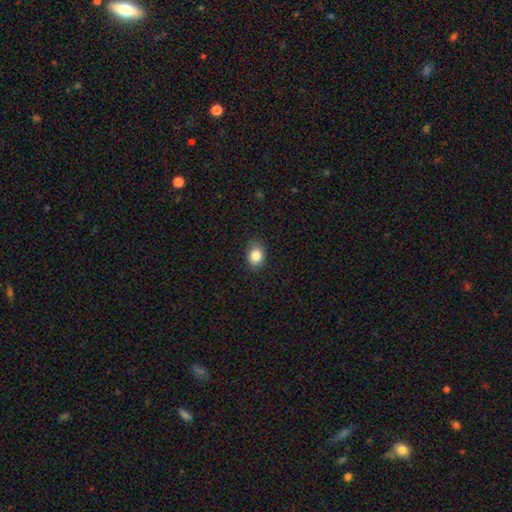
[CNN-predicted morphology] Smooth or featured? Predicted: smooth (p=0.86). How rounded? Predicted: in between (p=0.59). Merging? Predicted: none (p=0.85).